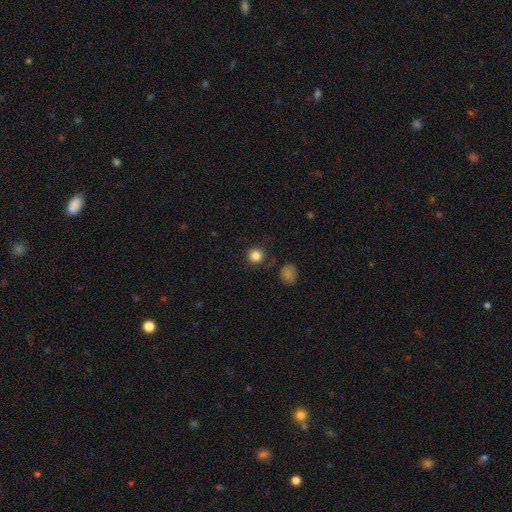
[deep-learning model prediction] Smooth or featured? smooth (84%)
How rounded? round (94%)
Merging? none (87%)